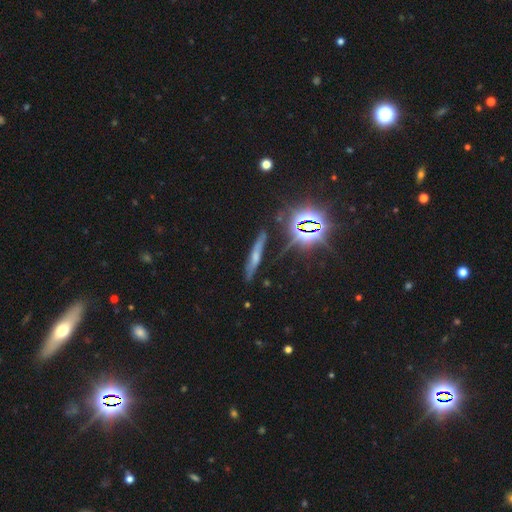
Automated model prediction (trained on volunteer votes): Morphology: type=featured or disk (38%); merging=none (78%).